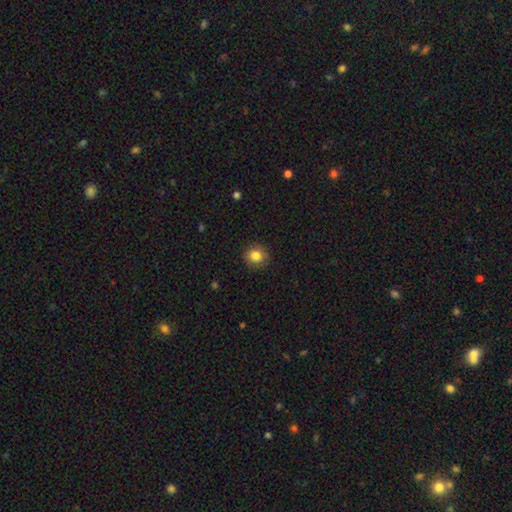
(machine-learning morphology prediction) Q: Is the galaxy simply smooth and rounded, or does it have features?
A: smooth — 84%.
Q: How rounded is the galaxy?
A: round — 85%.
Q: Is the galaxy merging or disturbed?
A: none — 89%.